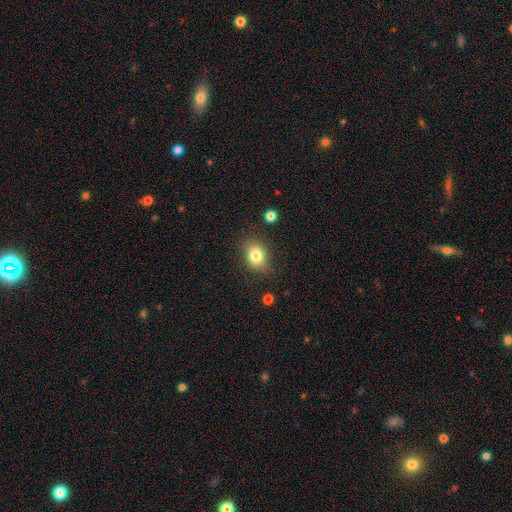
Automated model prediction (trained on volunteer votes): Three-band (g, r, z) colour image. It shows a smooth galaxy with no disk features (81%) that is in between round and cigar-shaped (56%). Merging: none (80%).